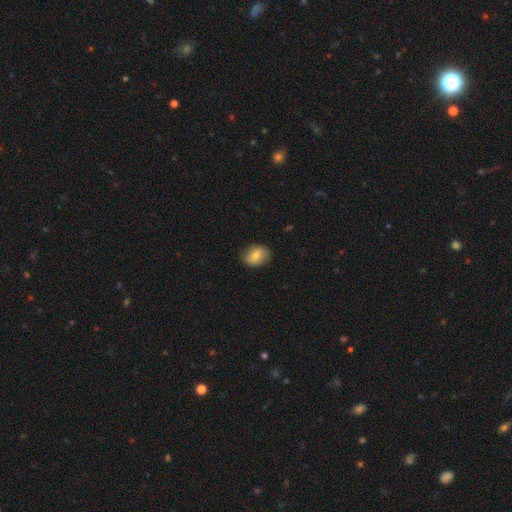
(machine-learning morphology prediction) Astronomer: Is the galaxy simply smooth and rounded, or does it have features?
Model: smooth — 77%.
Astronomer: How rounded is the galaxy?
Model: in between — 68%.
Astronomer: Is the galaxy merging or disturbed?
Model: none — 84%.